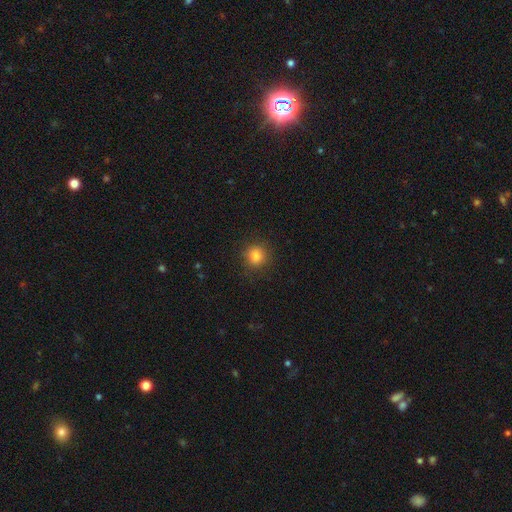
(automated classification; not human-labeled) This is clearly a smooth galaxy (83%). How rounded: clearly round (86%). Merging: clearly none (88%).